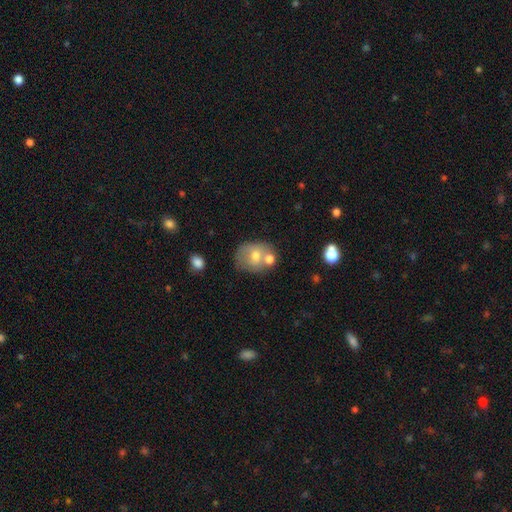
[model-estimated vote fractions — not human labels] Smooth or featured: smooth — 63% (featured or disk — 27%)
How rounded: round — 59% (in between — 40%)
Merging: none — 45% (merger — 33%)